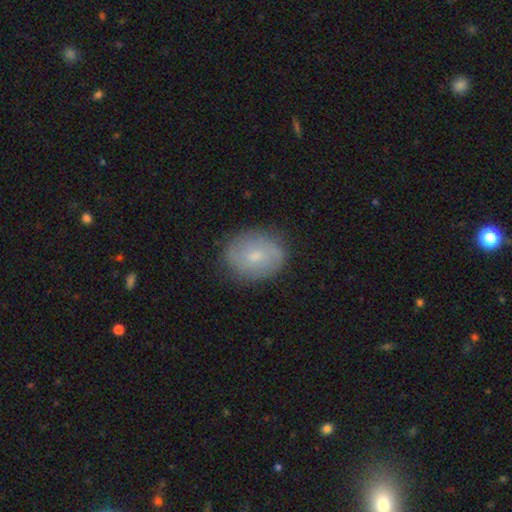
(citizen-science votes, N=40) smooth 62%, featured or disk 35%, star or artifact 2%. Down the decision tree: how rounded — in between (60%); merging — none (85%).